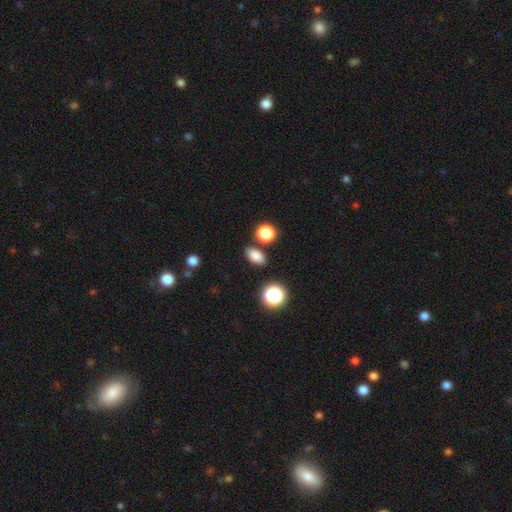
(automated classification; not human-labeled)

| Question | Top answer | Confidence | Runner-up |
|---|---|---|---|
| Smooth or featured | smooth | 83% | star or artifact (12%) |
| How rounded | in between | 82% | round (16%) |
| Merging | none | 83% | minor disturbance (9%) |